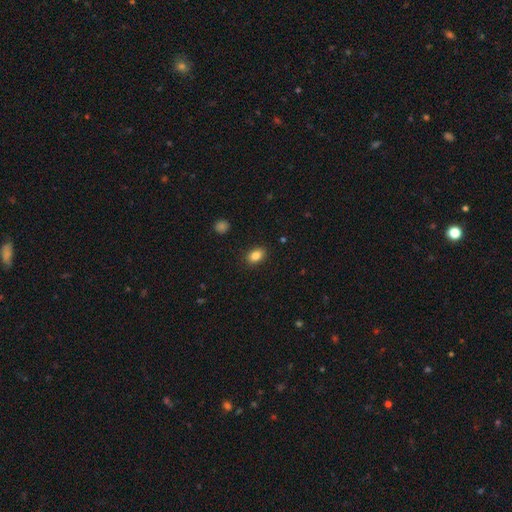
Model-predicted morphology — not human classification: This appears to be a smooth galaxy with no disk features (84%) that is in between round and cigar-shaped (78%). Merging: none (88%).